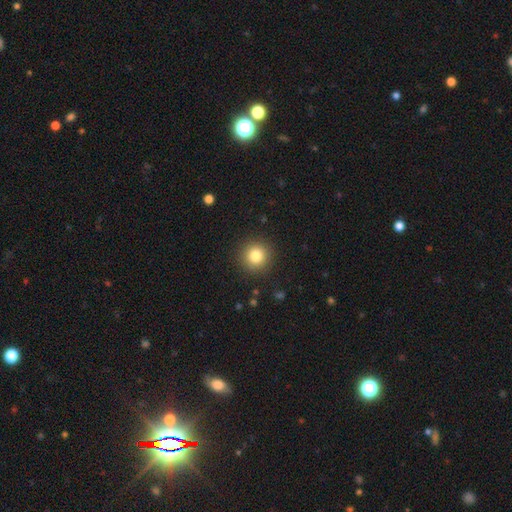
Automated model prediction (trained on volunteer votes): A smooth galaxy with no disk features (82%) that is round (94%).

Vote fractions:
- Smooth or featured? smooth: 82% / star or artifact: 11% / featured or disk: 7%
- How rounded? round: 94% / in between: 5% / cigar-shaped: 1%
- Merging? none: 91% / minor disturbance: 6% / major disturbance: 2% / merger: 1%